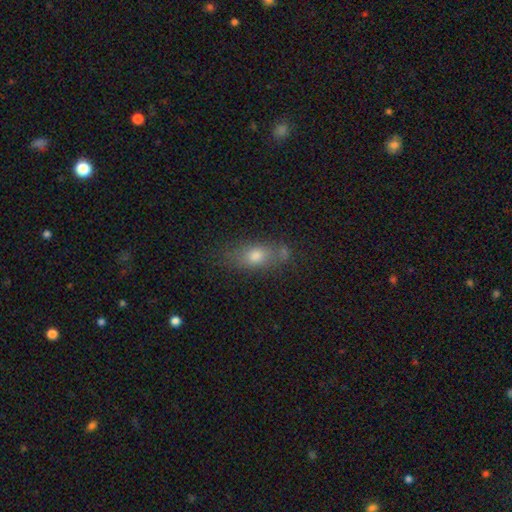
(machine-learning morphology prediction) Q: Smooth or featured?
A: smooth (72%); runner-up: featured or disk (18%)
Q: How rounded?
A: in between (72%); runner-up: cigar-shaped (15%)
Q: Merging?
A: none (62%); runner-up: minor disturbance (19%)